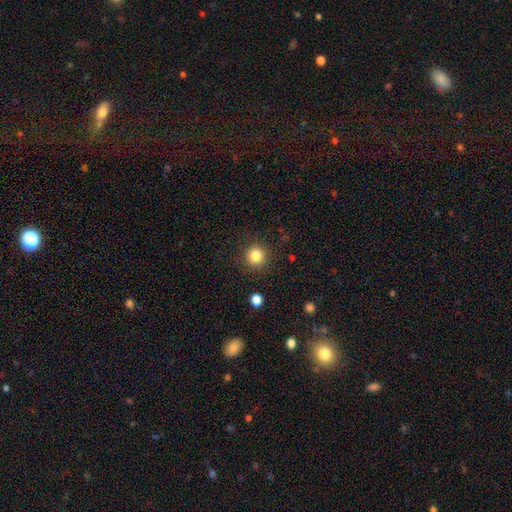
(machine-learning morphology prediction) Q: Smooth or featured?
A: smooth (84%); runner-up: star or artifact (11%)
Q: How rounded?
A: round (94%); runner-up: in between (5%)
Q: Merging?
A: none (90%); runner-up: minor disturbance (7%)